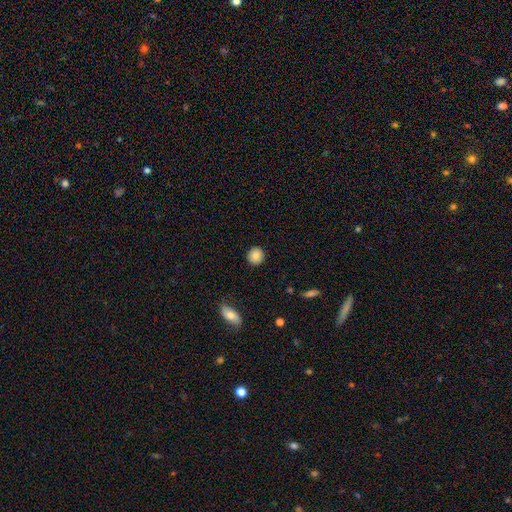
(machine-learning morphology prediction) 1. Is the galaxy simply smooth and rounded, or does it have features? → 86% smooth, 9% star or artifact, 5% featured or disk.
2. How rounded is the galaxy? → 88% round, 11% in between, 1% cigar-shaped.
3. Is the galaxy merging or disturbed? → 91% none, 6% minor disturbance, 2% major disturbance, 1% merger.